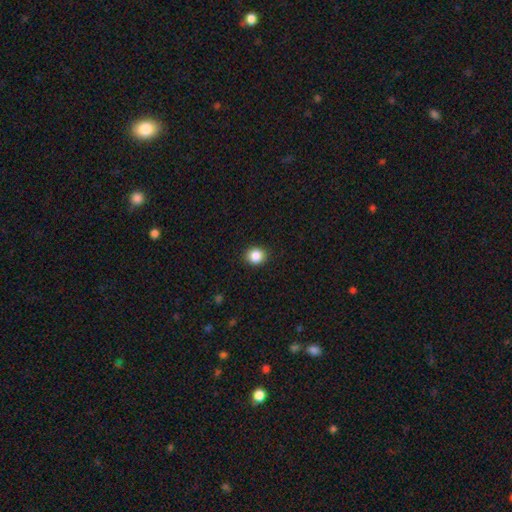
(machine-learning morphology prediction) Q: Smooth or featured?
A: smooth (87%); runner-up: star or artifact (10%)
Q: How rounded?
A: round (84%); runner-up: in between (15%)
Q: Merging?
A: none (91%); runner-up: minor disturbance (6%)